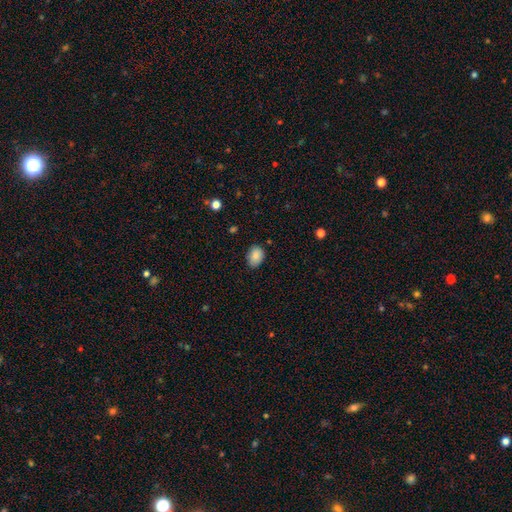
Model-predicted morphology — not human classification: Smooth or featured? Predicted: smooth (p=0.87). How rounded? Predicted: in between (p=0.74). Merging? Predicted: none (p=0.82).